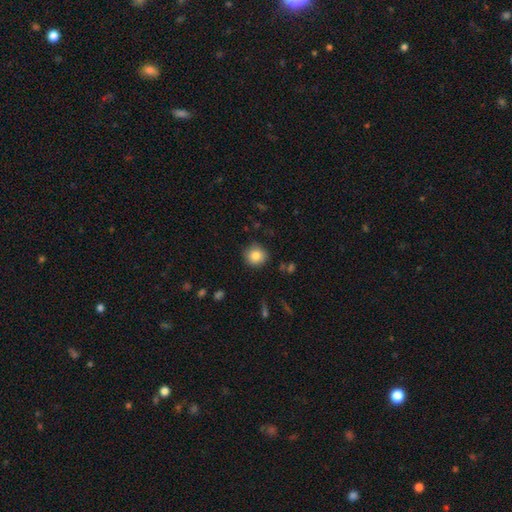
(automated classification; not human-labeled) smooth-or-featured: smooth: 83% | star or artifact: 10% | featured or disk: 7%
  how-rounded: round: 90% | in between: 9% | cigar-shaped: 1%
  merging: none: 87% | minor disturbance: 9% | major disturbance: 2% | merger: 1%